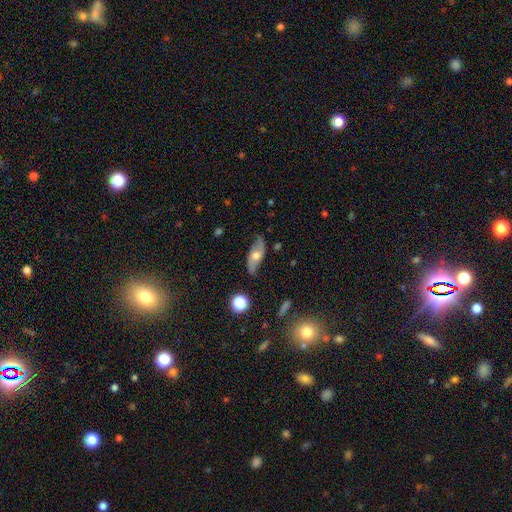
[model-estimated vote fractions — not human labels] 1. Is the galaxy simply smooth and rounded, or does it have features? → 50% featured or disk, 42% smooth, 7% star or artifact.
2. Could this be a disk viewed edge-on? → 75% no, 25% yes.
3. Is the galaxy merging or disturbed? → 74% none, 20% minor disturbance, 5% major disturbance, 2% merger.